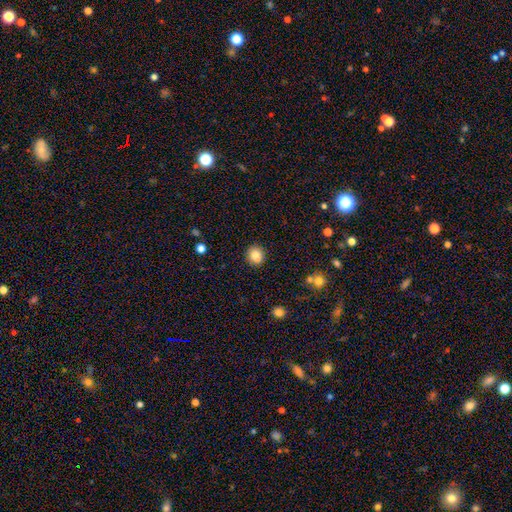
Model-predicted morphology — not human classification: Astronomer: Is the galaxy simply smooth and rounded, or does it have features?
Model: smooth — 81%.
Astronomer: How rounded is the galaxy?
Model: round — 74%.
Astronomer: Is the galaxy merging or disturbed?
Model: none — 76%.